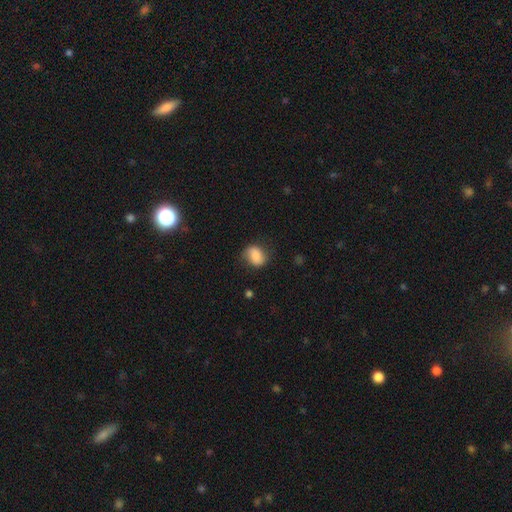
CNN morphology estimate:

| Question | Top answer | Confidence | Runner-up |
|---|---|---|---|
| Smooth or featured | smooth | 72% | featured or disk (20%) |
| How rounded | in between | 57% | round (42%) |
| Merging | none | 68% | minor disturbance (23%) |